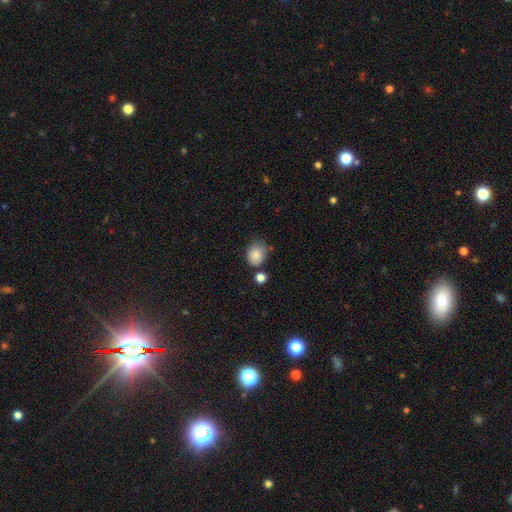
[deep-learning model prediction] Smooth or featured? Predicted: smooth (p=0.86). How rounded? Predicted: in between (p=0.58). Merging? Predicted: none (p=0.65).